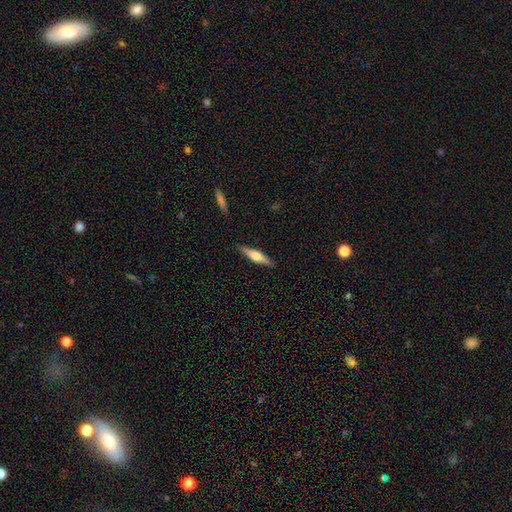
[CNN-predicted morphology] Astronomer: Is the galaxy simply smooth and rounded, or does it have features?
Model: featured or disk — 52% (runner-up: smooth, 42%).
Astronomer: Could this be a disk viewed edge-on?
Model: yes — 96%.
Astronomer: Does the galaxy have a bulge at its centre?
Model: rounded — 81%.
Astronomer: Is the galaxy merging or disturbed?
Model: none — 89%.